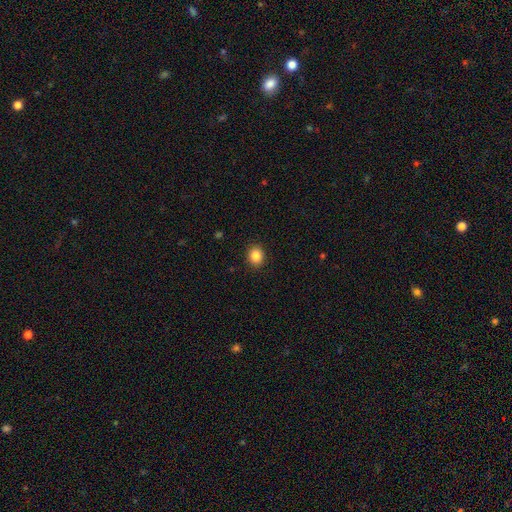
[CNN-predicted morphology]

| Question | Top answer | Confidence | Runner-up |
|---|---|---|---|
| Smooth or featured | smooth | 86% | star or artifact (10%) |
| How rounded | round | 66% | in between (34%) |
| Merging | none | 91% | minor disturbance (6%) |